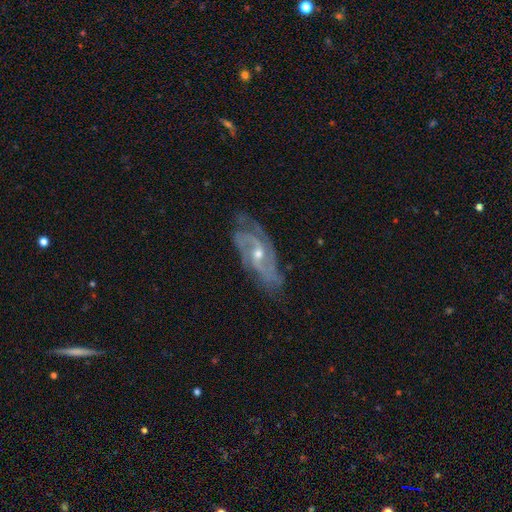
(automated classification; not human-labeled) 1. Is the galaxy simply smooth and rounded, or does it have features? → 81% featured or disk, 10% star or artifact, 9% smooth.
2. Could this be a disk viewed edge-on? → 89% no, 11% yes.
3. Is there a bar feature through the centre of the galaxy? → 51% no, 37% weak, 12% strong.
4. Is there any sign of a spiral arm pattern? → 94% yes, 6% no.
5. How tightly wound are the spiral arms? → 52% tight, 37% medium, 11% loose.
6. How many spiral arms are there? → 39% 2, 26% can't tell, 19% 3, 6% 4, 5% 1, 5% more than 4.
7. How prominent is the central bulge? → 49% moderate, 47% small, 1% large, 1% none, 1% dominant.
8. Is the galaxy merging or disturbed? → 77% none, 16% minor disturbance, 5% major disturbance, 1% merger.